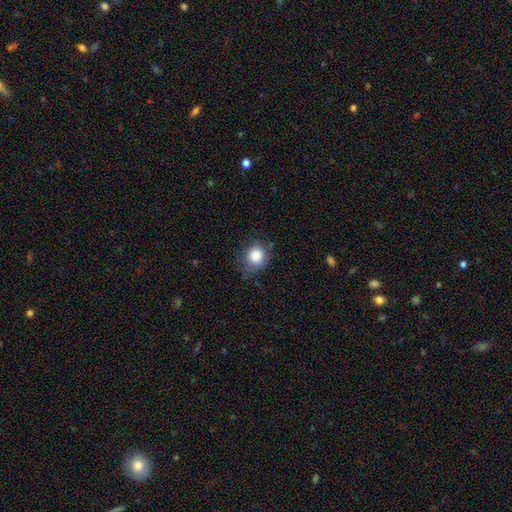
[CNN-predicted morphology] smooth_or_featured: smooth (p=0.84) [alt: star or artifact p=0.09]
how_rounded: round (p=0.81) [alt: in between p=0.18]
merging: none (p=0.69) [alt: minor disturbance p=0.23]